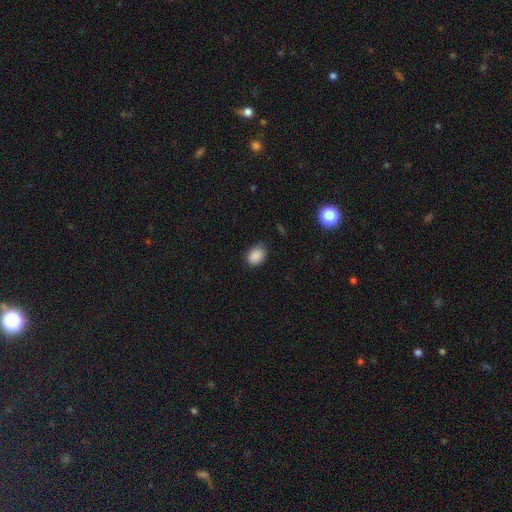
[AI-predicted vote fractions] smooth-or-featured: smooth: 87% | star or artifact: 9% | featured or disk: 4%
  how-rounded: in between: 75% | round: 24% | cigar-shaped: 1%
  merging: none: 81% | minor disturbance: 15% | major disturbance: 3% | merger: 1%